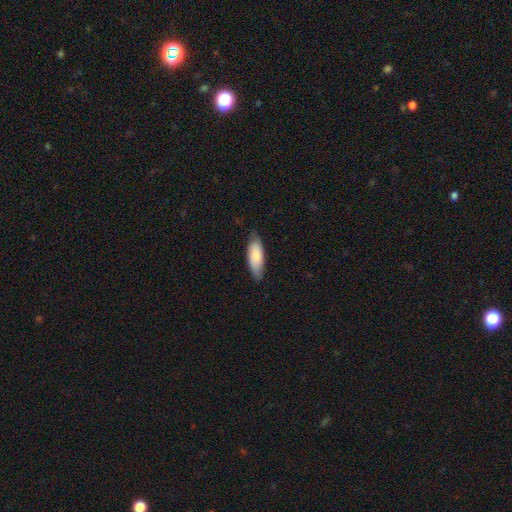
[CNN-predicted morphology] This is clearly a smooth galaxy (83%). How rounded: likely in between (68%). Merging: likely none (77%).